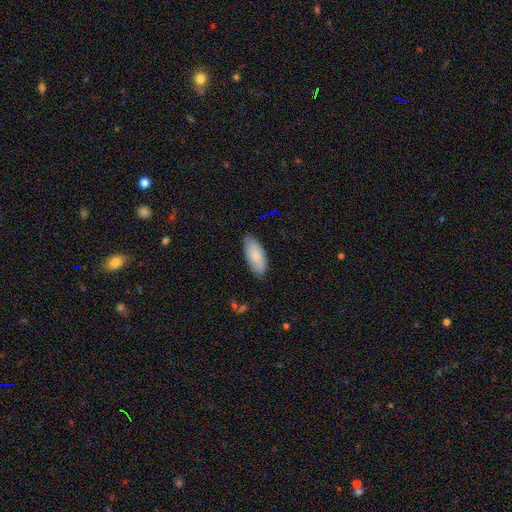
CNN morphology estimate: type=smooth (84%); roundness=in between (86%); merging=none (82%).